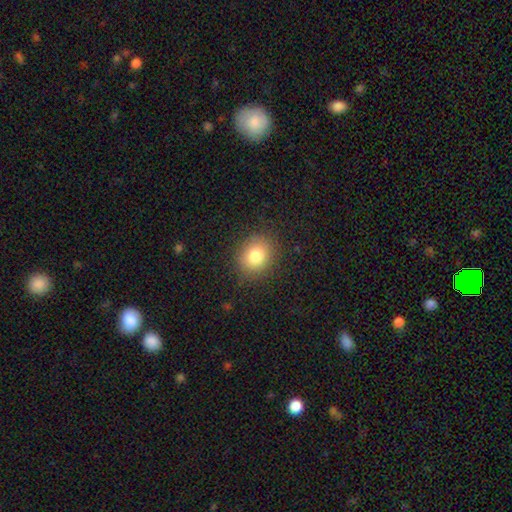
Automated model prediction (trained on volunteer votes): Smooth or featured? smooth (81%)
How rounded? round (68%)
Merging? none (86%)